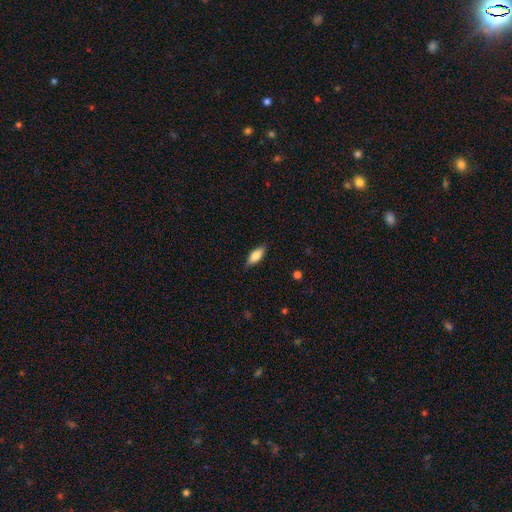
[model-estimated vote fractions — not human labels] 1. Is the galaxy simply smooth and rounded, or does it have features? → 78% smooth, 16% featured or disk, 6% star or artifact.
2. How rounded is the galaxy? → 74% in between, 24% cigar-shaped, 2% round.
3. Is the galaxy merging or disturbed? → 85% none, 12% minor disturbance, 2% major disturbance, 1% merger.